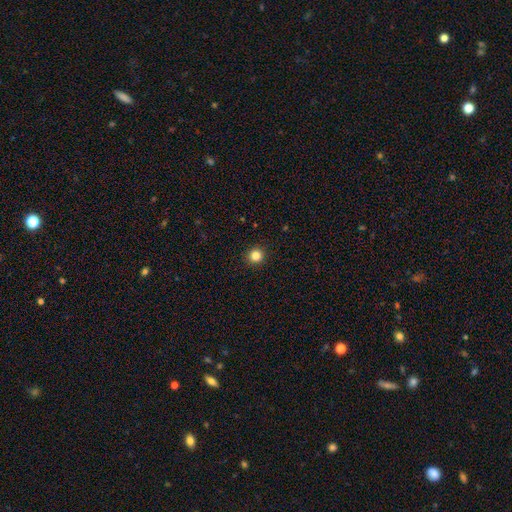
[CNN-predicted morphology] A smooth galaxy with no disk features (84%) that is round (94%). Merging: none (93%).